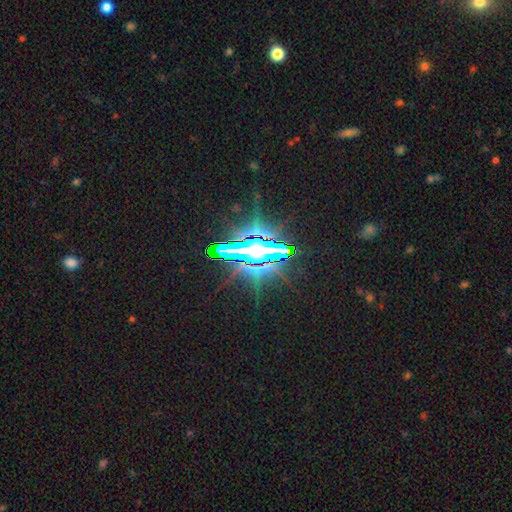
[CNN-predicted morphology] star or artifact 79%, featured or disk 13%, smooth 8%.